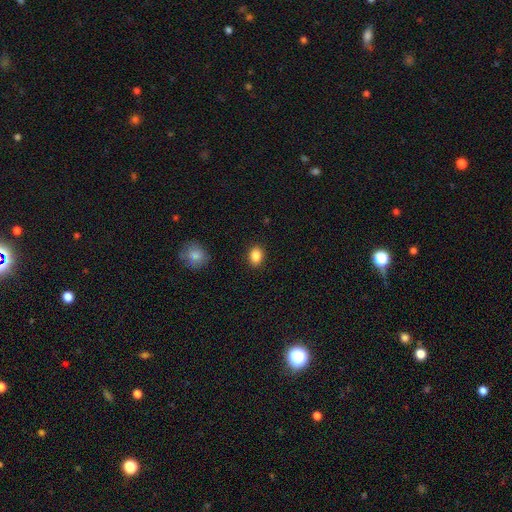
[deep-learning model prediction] A smooth galaxy with no disk features (87%) that is in between round and cigar-shaped (66%).

Vote fractions:
- Smooth or featured? smooth: 87% / star or artifact: 9% / featured or disk: 4%
- How rounded? in between: 66% / round: 32% / cigar-shaped: 1%
- Merging? none: 89% / minor disturbance: 7% / major disturbance: 2% / merger: 1%